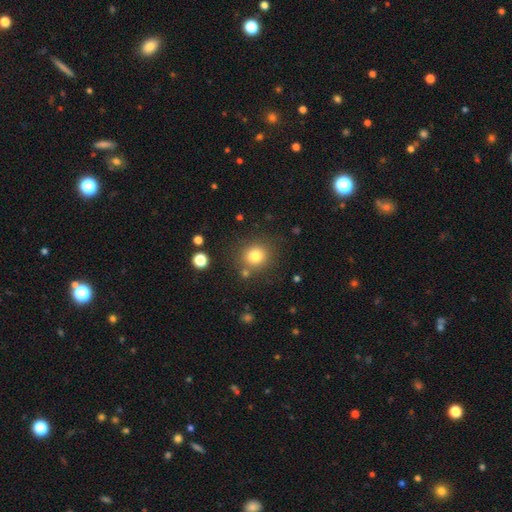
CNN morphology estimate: smooth_or_featured: smooth (p=0.79) [alt: star or artifact p=0.13]
how_rounded: round (p=0.83) [alt: in between p=0.16]
merging: none (p=0.79) [alt: minor disturbance p=0.10]